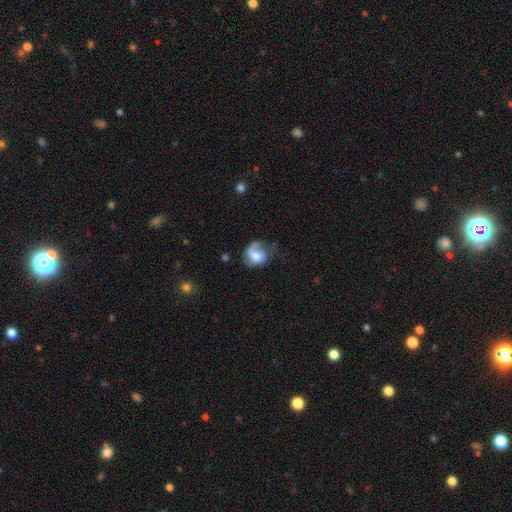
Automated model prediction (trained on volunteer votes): Smooth or featured? Predicted: featured or disk (p=0.48). Merging? Predicted: none (p=0.35).